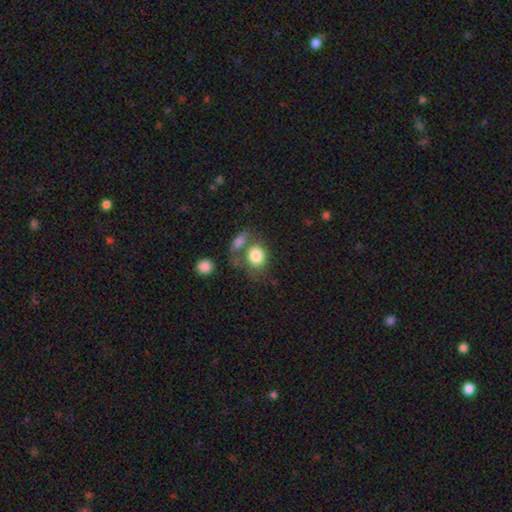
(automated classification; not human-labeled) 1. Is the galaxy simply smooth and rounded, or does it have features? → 82% smooth, 11% featured or disk, 8% star or artifact.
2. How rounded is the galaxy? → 54% in between, 45% round, 1% cigar-shaped.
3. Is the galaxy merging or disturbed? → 43% none, 33% merger, 15% minor disturbance, 10% major disturbance.